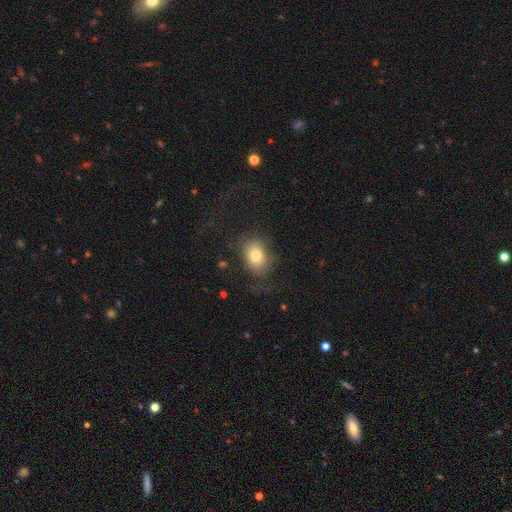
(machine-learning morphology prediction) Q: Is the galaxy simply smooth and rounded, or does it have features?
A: smooth — 76%.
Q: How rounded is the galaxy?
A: in between — 69%.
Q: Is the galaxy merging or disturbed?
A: none — 66%.